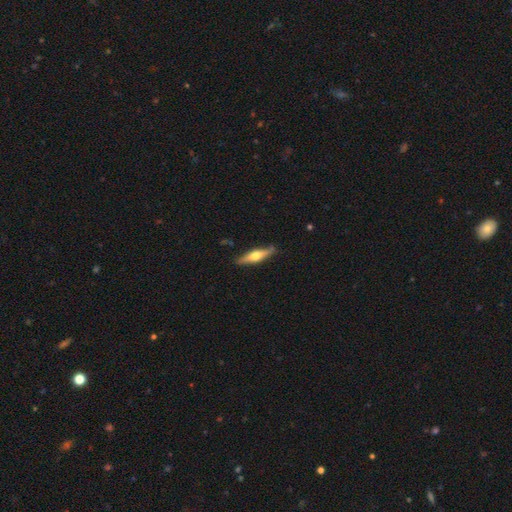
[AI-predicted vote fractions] Overall: featured or disk (56%; smooth 39%). Edge-on disk: yes (93%). Edge-on bulge: rounded (93%). Merging: none (83%).